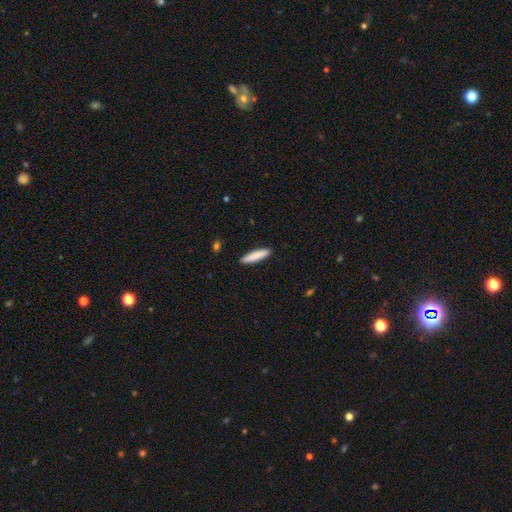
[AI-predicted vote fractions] This is clearly a smooth galaxy (85%). How rounded: clearly cigar-shaped (86%). Merging: clearly none (91%).